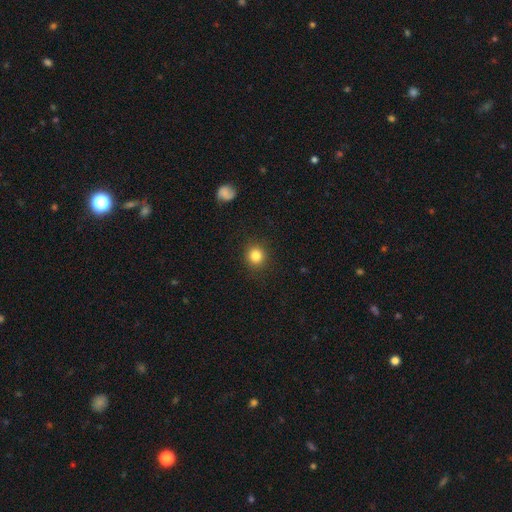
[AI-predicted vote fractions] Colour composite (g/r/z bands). It shows a smooth galaxy with no disk features (84%) that is round (89%). Merging: none (90%).